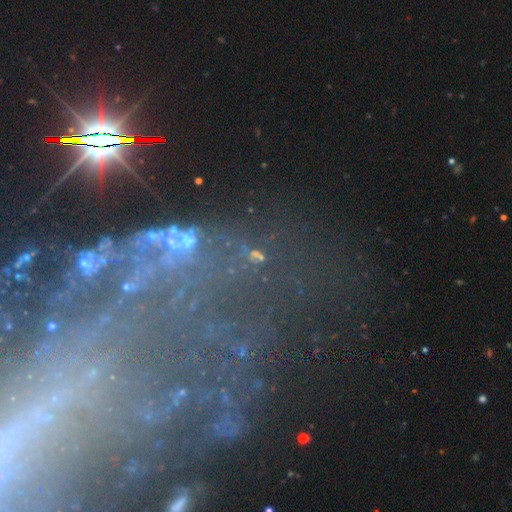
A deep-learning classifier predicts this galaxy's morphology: This is possibly a star or artifact rather than a galaxy (57%).